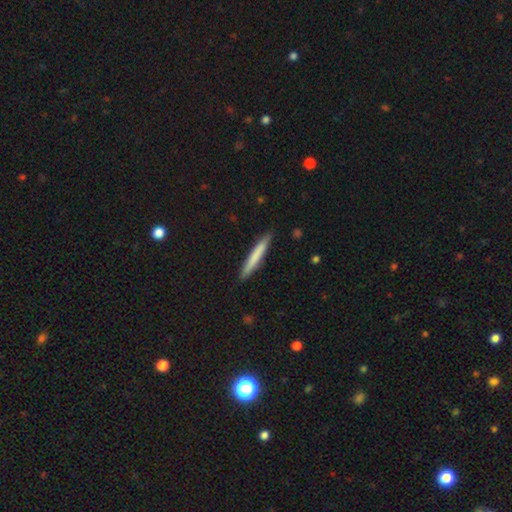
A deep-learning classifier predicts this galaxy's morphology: Smooth or featured? Predicted: smooth (p=0.72). How rounded? Predicted: cigar-shaped (p=0.96). Merging? Predicted: none (p=0.89).